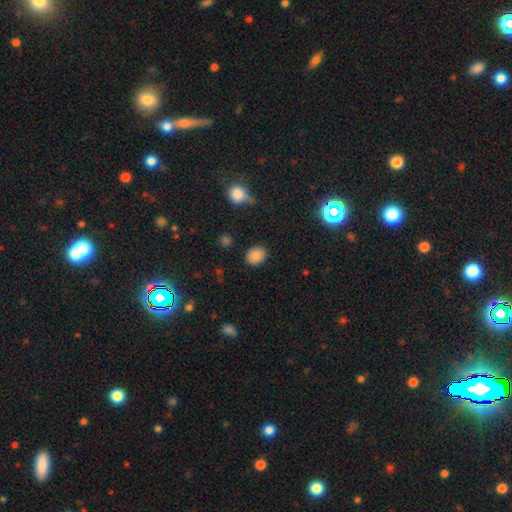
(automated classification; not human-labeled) The model was most divided on "how rounded": in between: 54%, round: 45%, cigar-shaped: 1%. More confident: smooth or featured — smooth (86%); merging — none (86%).